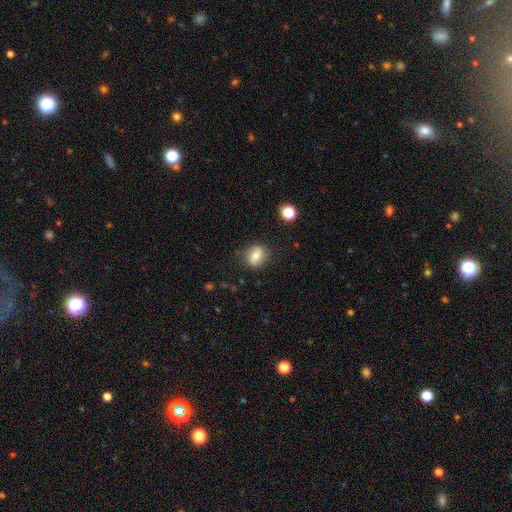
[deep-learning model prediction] Overall: smooth (69%). How rounded: round (56%; in between 42%). Merging: none (81%).